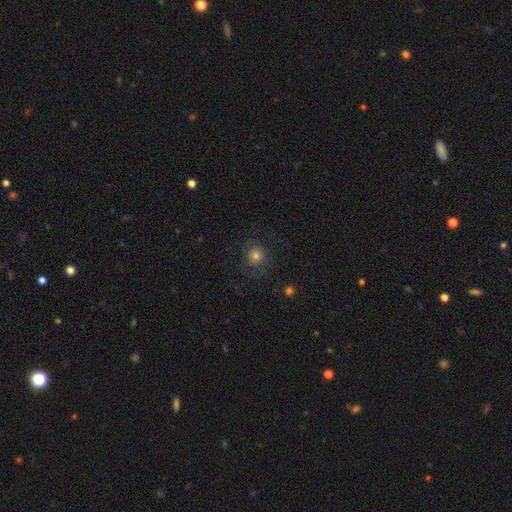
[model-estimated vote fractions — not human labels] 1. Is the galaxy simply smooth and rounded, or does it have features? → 60% smooth, 24% featured or disk, 16% star or artifact.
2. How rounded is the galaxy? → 89% round, 10% in between, 1% cigar-shaped.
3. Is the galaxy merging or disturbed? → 77% none, 13% minor disturbance, 9% major disturbance, 1% merger.